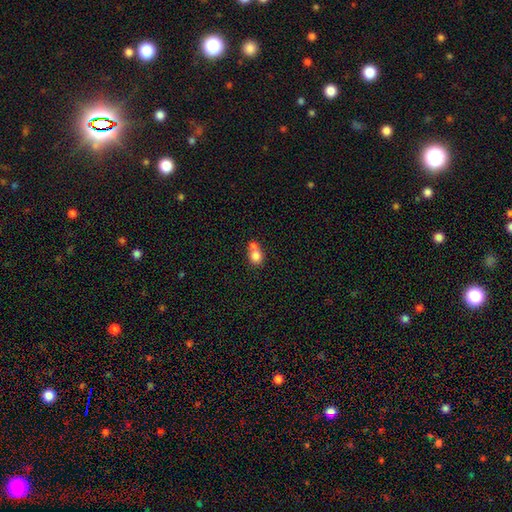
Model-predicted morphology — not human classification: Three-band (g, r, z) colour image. It shows a smooth galaxy with no disk features (80%) that is round (65%). Merging: merger (57%).